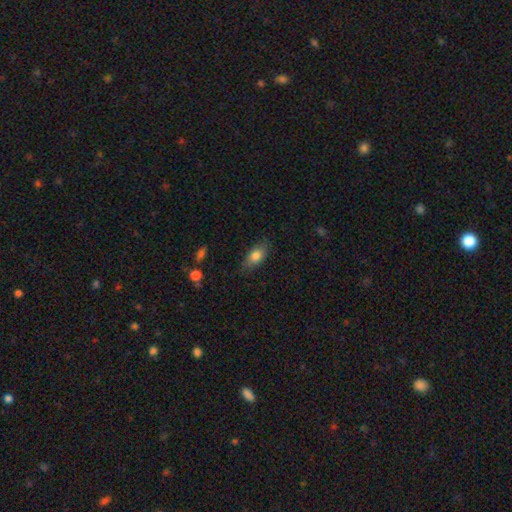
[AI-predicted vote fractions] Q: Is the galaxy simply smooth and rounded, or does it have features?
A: smooth — 78%.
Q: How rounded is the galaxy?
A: in between — 83%.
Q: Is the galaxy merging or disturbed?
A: none — 76%.